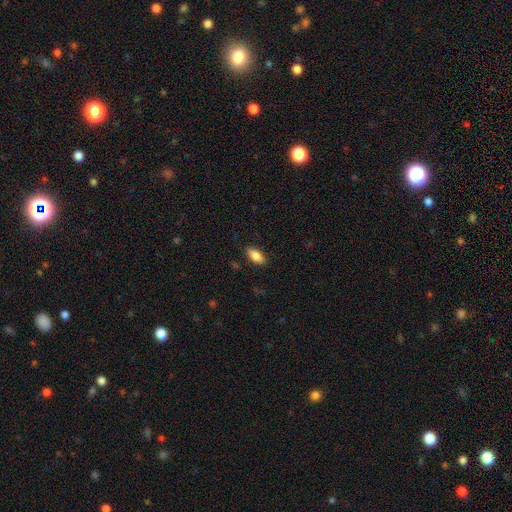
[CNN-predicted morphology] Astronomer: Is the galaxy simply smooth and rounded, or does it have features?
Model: smooth — 85%.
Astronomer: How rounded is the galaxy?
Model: in between — 86%.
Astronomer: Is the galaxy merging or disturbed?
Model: none — 88%.